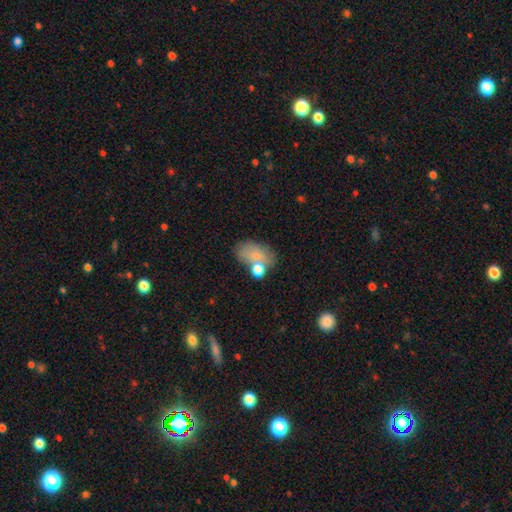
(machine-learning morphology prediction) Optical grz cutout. It shows a smooth galaxy with no disk features (70%) that is in between round and cigar-shaped (85%). Merging: none (49%).